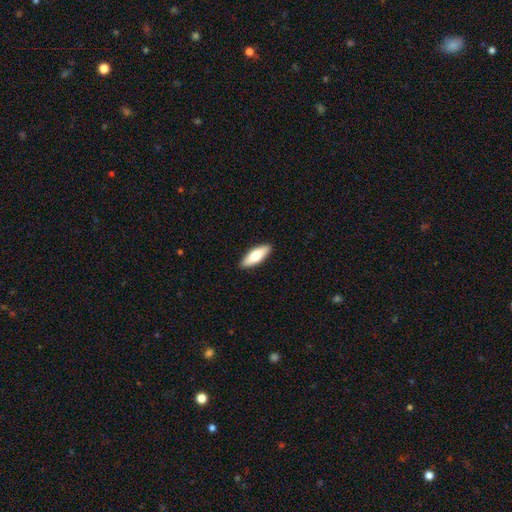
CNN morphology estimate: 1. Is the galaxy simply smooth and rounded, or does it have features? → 75% smooth, 20% featured or disk, 5% star or artifact.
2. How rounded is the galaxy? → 65% in between, 33% cigar-shaped, 2% round.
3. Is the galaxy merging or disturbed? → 90% none, 8% minor disturbance, 2% major disturbance, 1% merger.